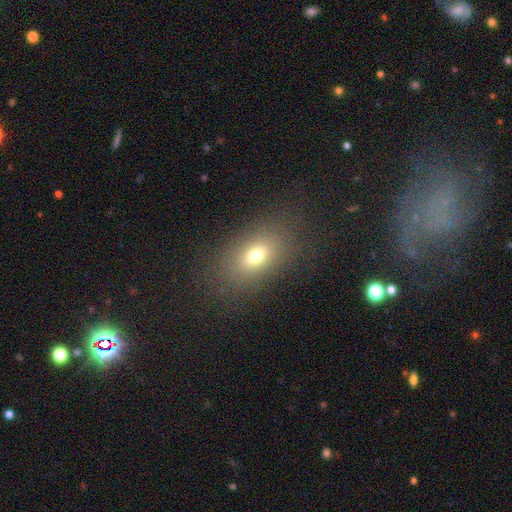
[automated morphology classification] Smooth or featured? smooth (70%)
How rounded? in between (81%)
Merging? none (83%)